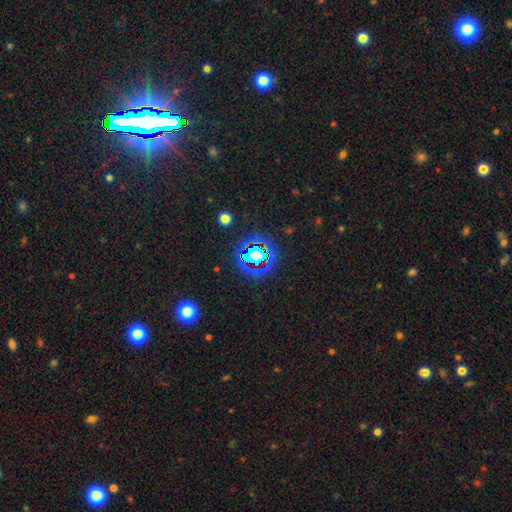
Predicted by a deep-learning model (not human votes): smooth-or-featured: star or artifact: 70% | smooth: 17% | featured or disk: 12%